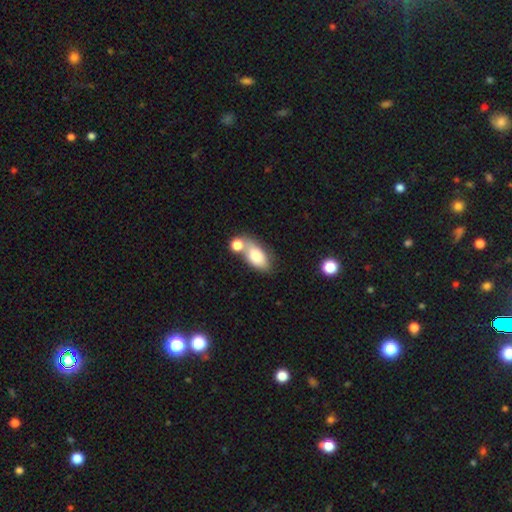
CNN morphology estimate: This appears to be a smooth galaxy with no disk features (80%) that is in between round and cigar-shaped (89%). Merging: none (43%).